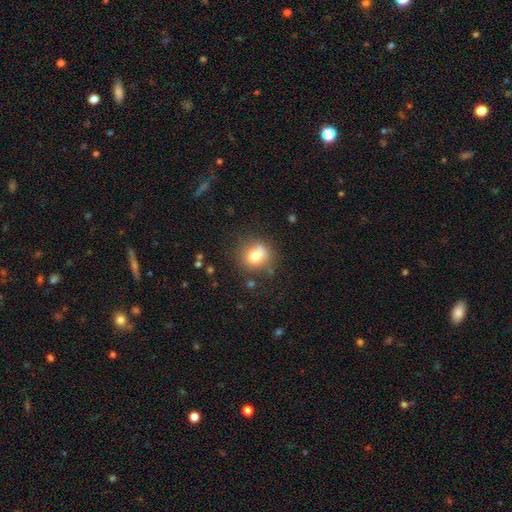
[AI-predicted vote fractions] smooth 75%, featured or disk 13%, star or artifact 12%. Down the decision tree: how rounded — round (85%); merging — none (73%).